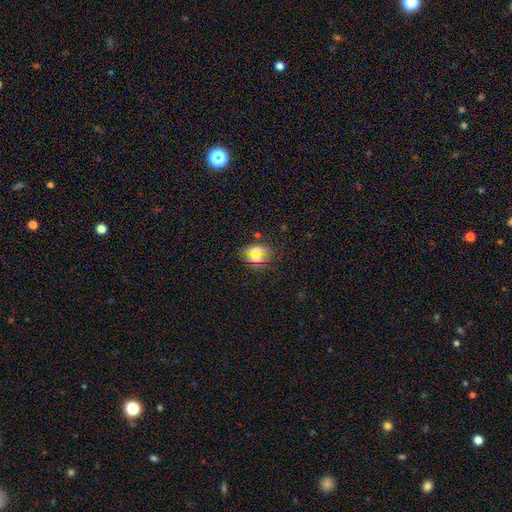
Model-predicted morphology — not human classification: The model was most divided on "how rounded": round: 56%, in between: 39%, cigar-shaped: 5%. More confident: merging — none (84%); smooth or featured — smooth (66%).